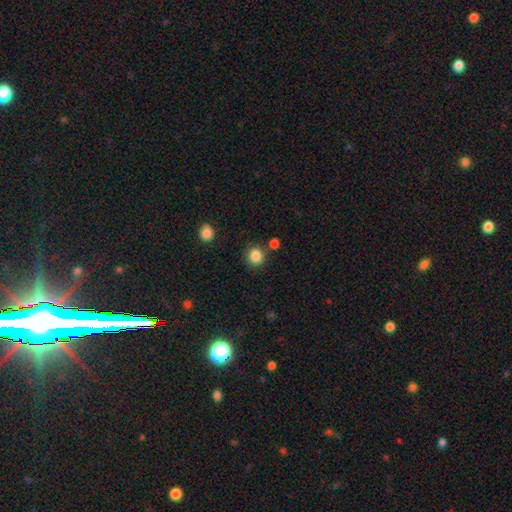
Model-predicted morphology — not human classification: type=smooth (85%); roundness=round (89%); merging=none (80%).